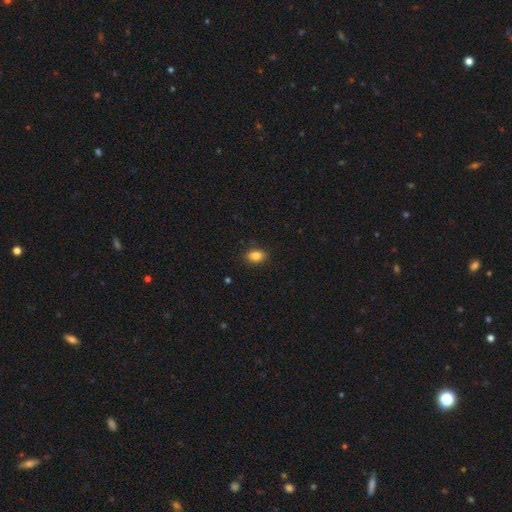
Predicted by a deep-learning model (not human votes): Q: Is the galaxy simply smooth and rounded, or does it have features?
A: smooth — 85%.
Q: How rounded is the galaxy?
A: in between — 83%.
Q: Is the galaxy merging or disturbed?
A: none — 87%.